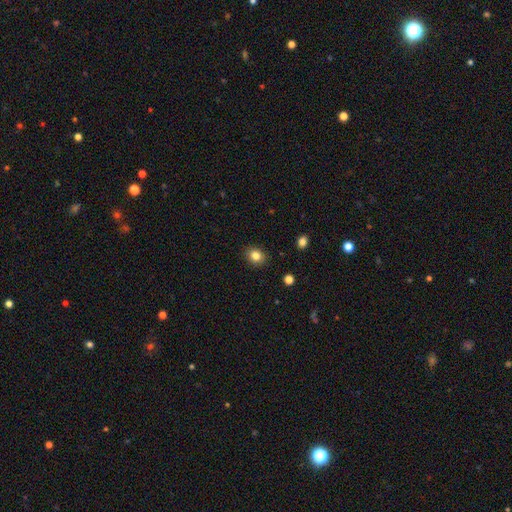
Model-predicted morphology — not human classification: smooth 83%, star or artifact 11%, featured or disk 6%. Down the decision tree: how rounded — round (61%); merging — none (89%).